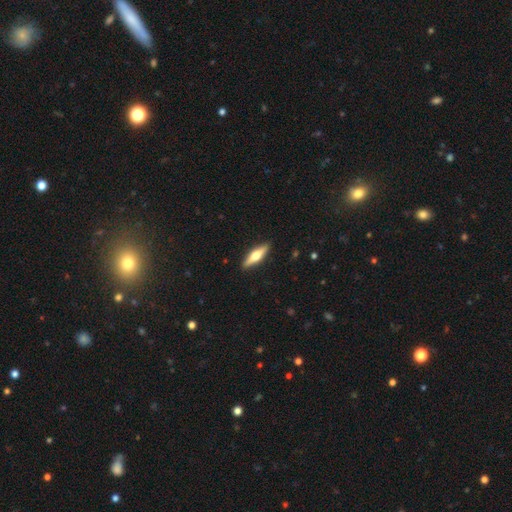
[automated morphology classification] type=featured or disk (50%); edge-on=yes (94%); merging=none (91%).